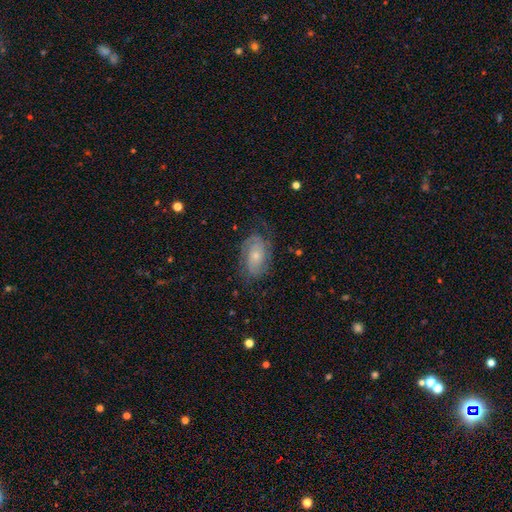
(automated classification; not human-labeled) A featured or disk galaxy (74%) with no bar (73%), 2 (57%) tight (50%) spiral arms (91%) and a small central bulge (58%). Merging: none (67%).